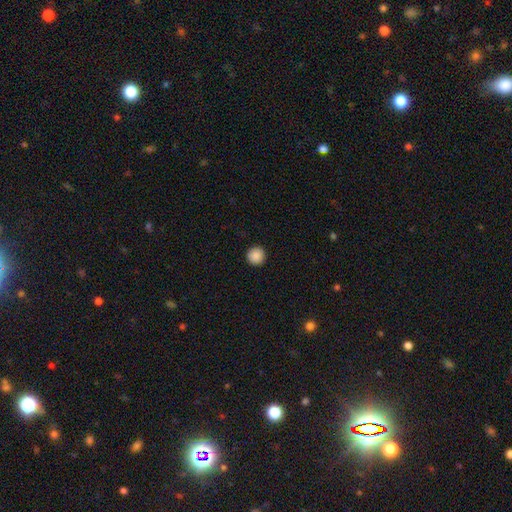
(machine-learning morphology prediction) A smooth galaxy with no disk features (89%) that is round (96%). Merging: none (93%).